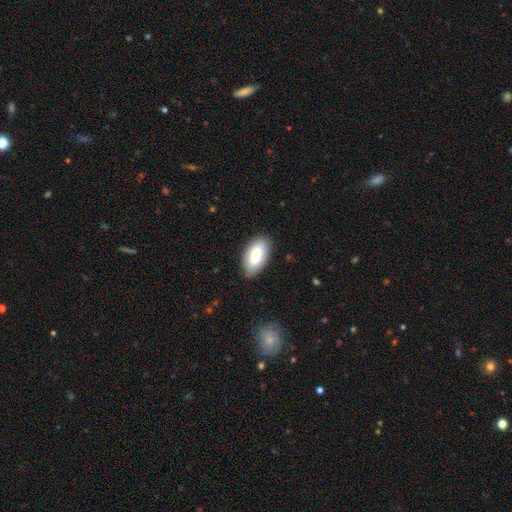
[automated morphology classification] Overall: smooth (81%). How rounded: in between (94%). Merging: none (85%).